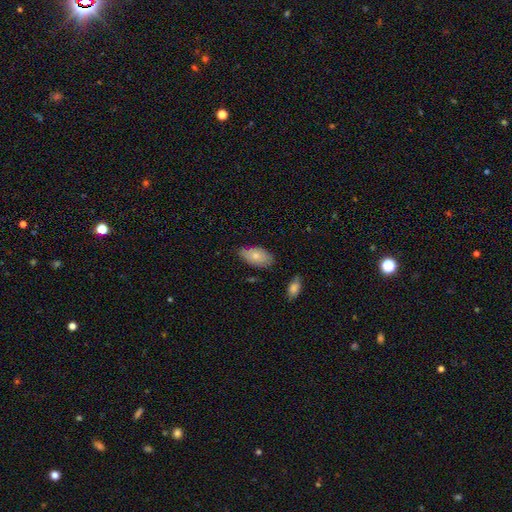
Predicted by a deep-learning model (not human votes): This appears to be a smooth galaxy with no disk features (74%) that is in between round and cigar-shaped (93%). Merging: none (71%).